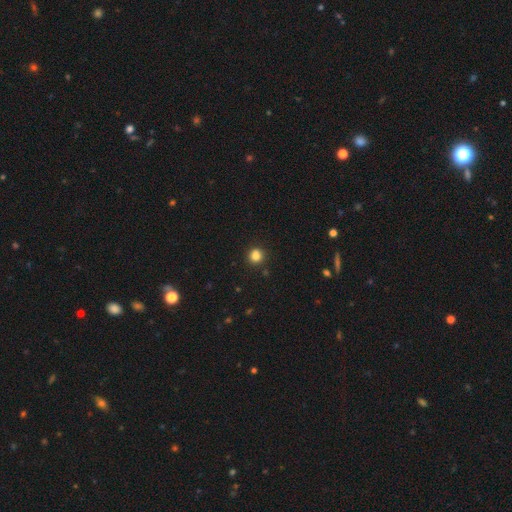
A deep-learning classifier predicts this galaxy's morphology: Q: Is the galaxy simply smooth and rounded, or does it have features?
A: smooth — 83%.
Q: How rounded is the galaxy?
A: round — 88%.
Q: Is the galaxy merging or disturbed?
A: none — 88%.